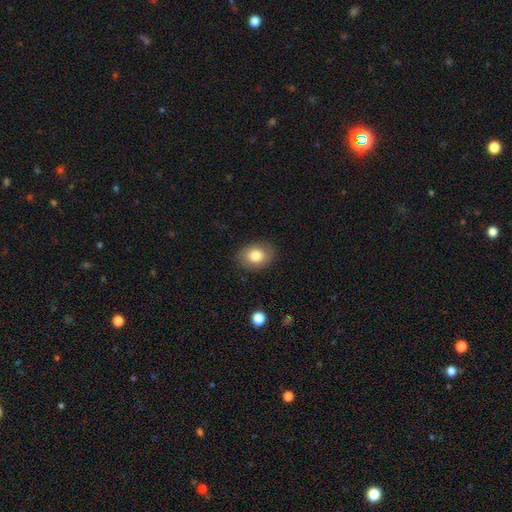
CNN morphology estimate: A smooth galaxy with no disk features (78%) that is in between round and cigar-shaped (67%).

Vote fractions:
- Smooth or featured? smooth: 78% / featured or disk: 14% / star or artifact: 8%
- How rounded? in between: 67% / round: 32% / cigar-shaped: 1%
- Merging? none: 84% / minor disturbance: 12% / major disturbance: 3% / merger: 1%